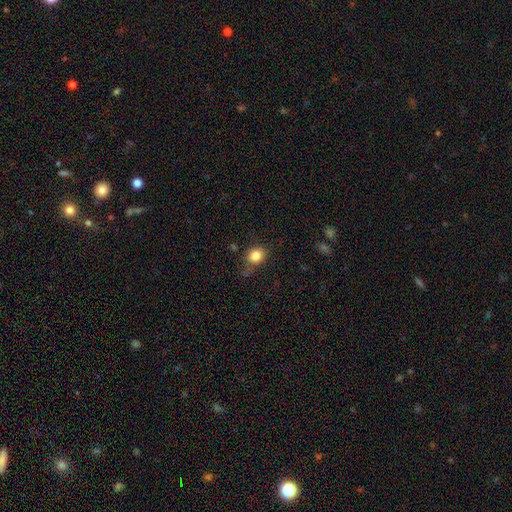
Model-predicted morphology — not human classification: Smooth or featured? Predicted: smooth (p=0.83). How rounded? Predicted: round (p=0.71). Merging? Predicted: none (p=0.72).